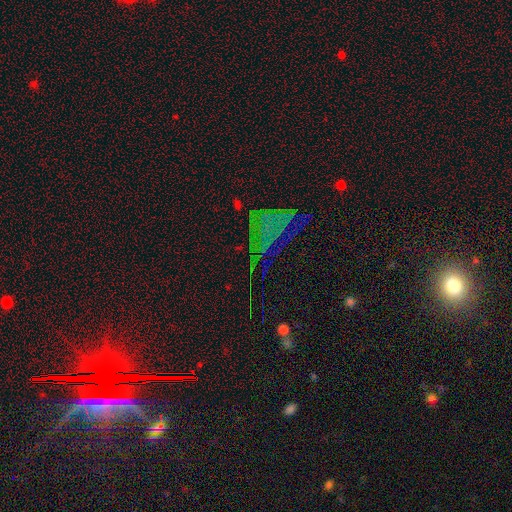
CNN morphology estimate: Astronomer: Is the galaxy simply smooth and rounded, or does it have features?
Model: star or artifact — 64%.